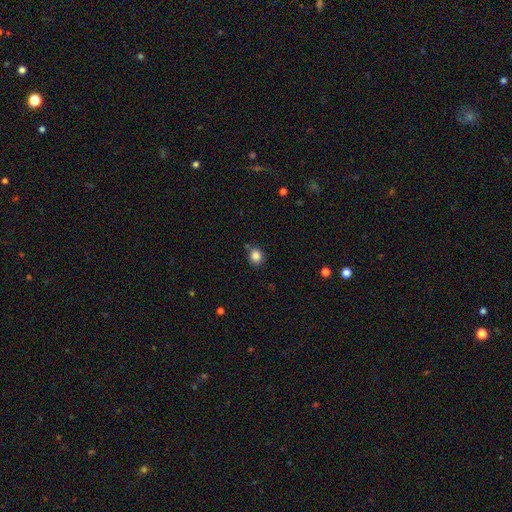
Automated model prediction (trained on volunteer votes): smooth 85%, star or artifact 11%, featured or disk 4%. Down the decision tree: how rounded — round (71%); merging — none (82%).